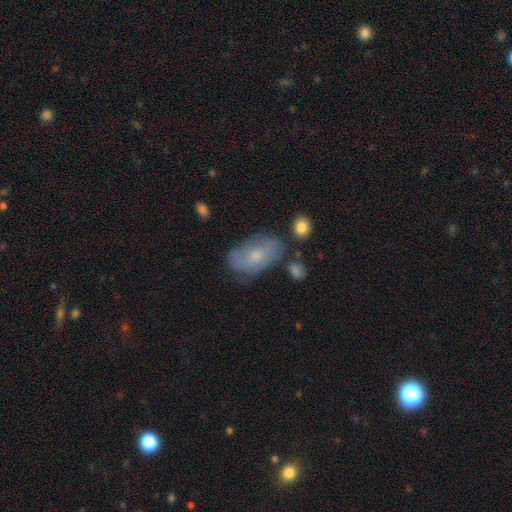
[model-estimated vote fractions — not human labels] Q: Smooth or featured?
A: smooth (52%); runner-up: featured or disk (39%)
Q: How rounded?
A: in between (90%); runner-up: round (8%)
Q: Merging?
A: none (61%); runner-up: minor disturbance (24%)